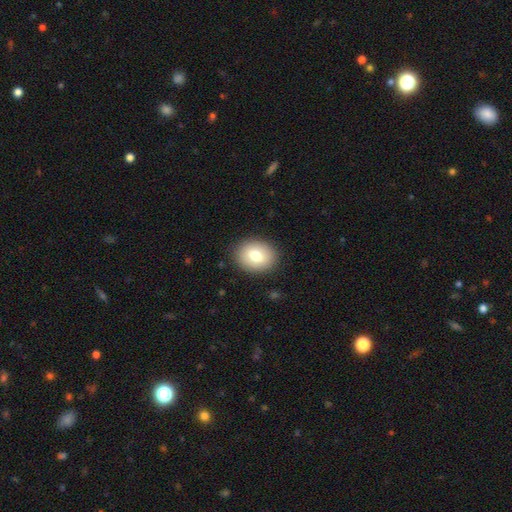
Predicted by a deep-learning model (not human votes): Smooth or featured? smooth (76%)
How rounded? in between (54%)
Merging? none (88%)